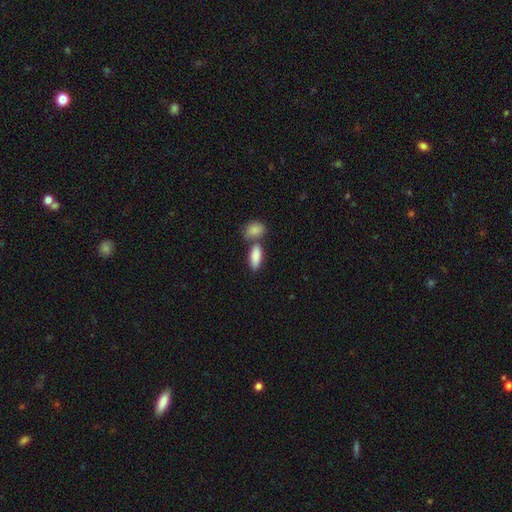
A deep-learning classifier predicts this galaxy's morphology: Overall: smooth (87%). How rounded: in between (85%). Merging: none (50%; merger 36%).